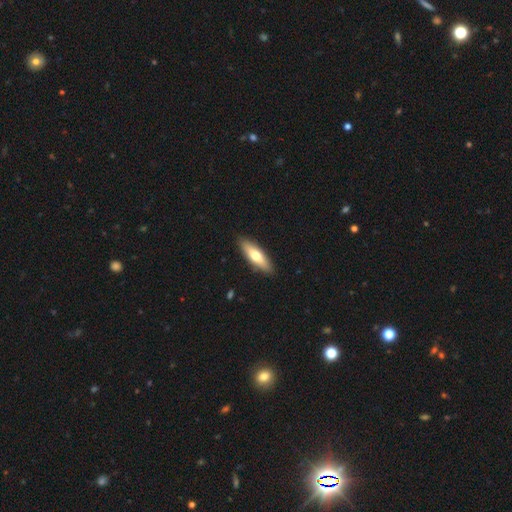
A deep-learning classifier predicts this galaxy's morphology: The model was most divided on "how rounded": cigar-shaped: 54%, in between: 44%, round: 2%. More confident: merging — none (89%); smooth or featured — smooth (62%).